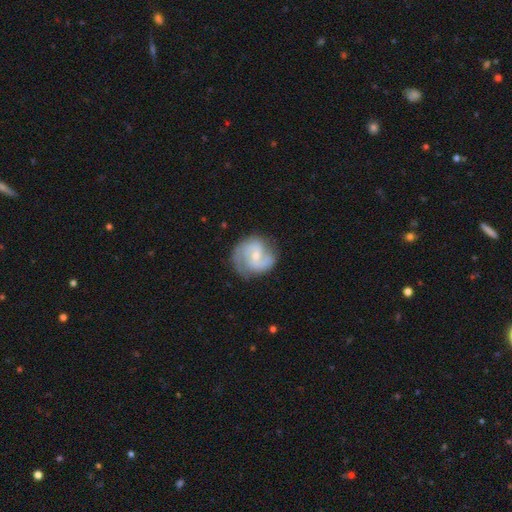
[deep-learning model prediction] smooth_or_featured: featured or disk (p=0.81) [alt: smooth p=0.14]
disk_edge_on: no (p=0.98) [alt: yes p=0.02]
bar: weak (p=0.51) [alt: no p=0.38]
has_spiral_arms: yes (p=0.95) [alt: no p=0.05]
spiral_winding: medium (p=0.50) [alt: tight p=0.32]
spiral_arm_count: 2 (p=0.76) [alt: can't tell p=0.10]
bulge_size: small (p=0.59) [alt: moderate p=0.35]
merging: none (p=0.70) [alt: minor disturbance p=0.20]